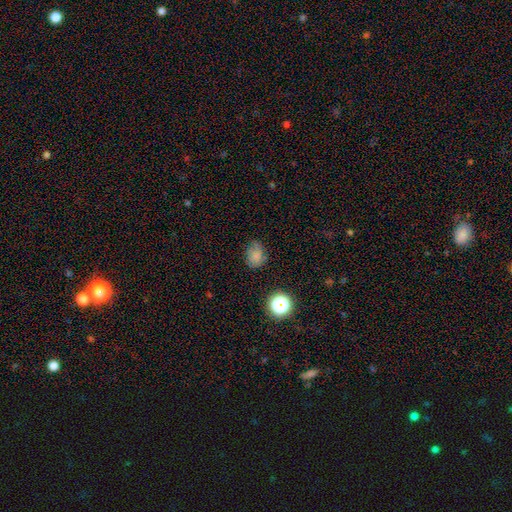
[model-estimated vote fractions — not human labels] smooth 73%, star or artifact 16%, featured or disk 11%. Down the decision tree: how rounded — in between (59%); merging — none (65%).